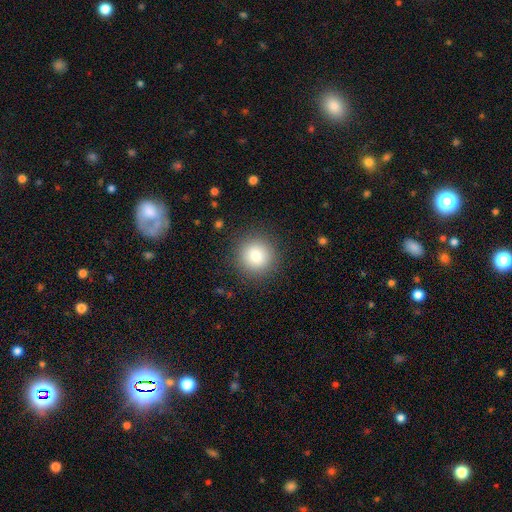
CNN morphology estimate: smooth_or_featured: smooth (p=0.82) [alt: star or artifact p=0.10]
how_rounded: round (p=0.93) [alt: in between p=0.06]
merging: none (p=0.89) [alt: minor disturbance p=0.07]